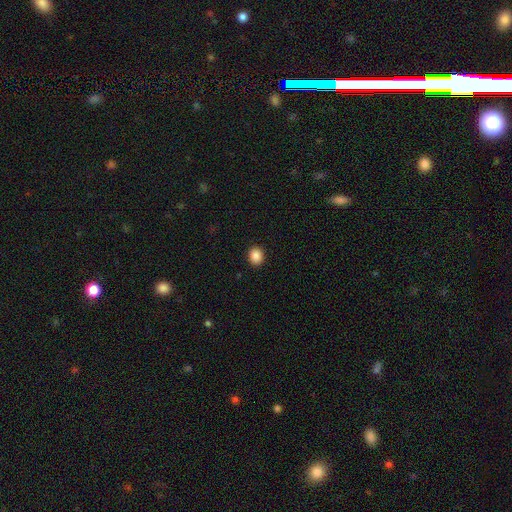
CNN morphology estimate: Overall: smooth (87%). How rounded: round (66%; in between 33%). Merging: none (92%).